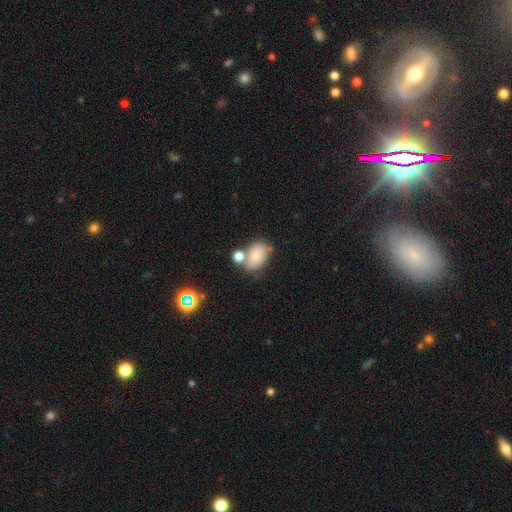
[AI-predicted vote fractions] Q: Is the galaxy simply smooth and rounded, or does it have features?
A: smooth — 80%.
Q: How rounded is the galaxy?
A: in between — 86%.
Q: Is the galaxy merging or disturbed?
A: none — 51%.